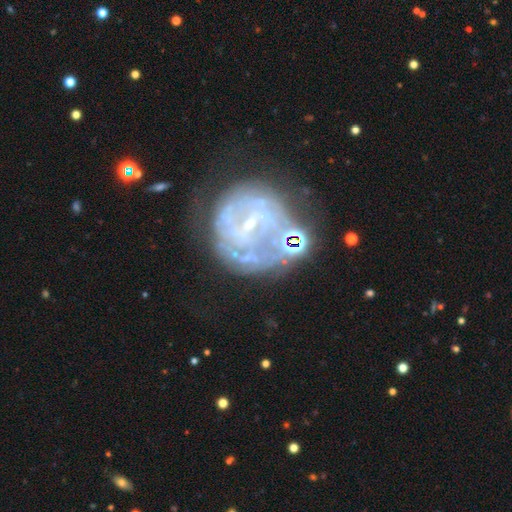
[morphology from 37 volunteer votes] Smooth or featured?
  - featured or disk: 70% *
  - smooth: 24%
  - star or artifact: 5%
Edge-on disk?
  - no: 100% *
  - yes: 0%
Bar?
  - weak: 46% *
  - no: 42%
  - strong: 12%
Spiral arms?
  - yes: 85% *
  - no: 15%
Spiral winding?
  - tight: 50% *
  - medium: 32%
  - loose: 18%
Spiral arm count?
  - can't tell: 55% *
  - 2: 23%
  - 3: 9%
  - 1: 5%
  - 4: 5%
  - more than 4: 5%
Bulge size?
  - small: 77% *
  - moderate: 12%
  - none: 8%
  - dominant: 4%
  - large: 0%
Merging?
  - none: 60% *
  - minor disturbance: 23%
  - major disturbance: 9%
  - merger: 9%